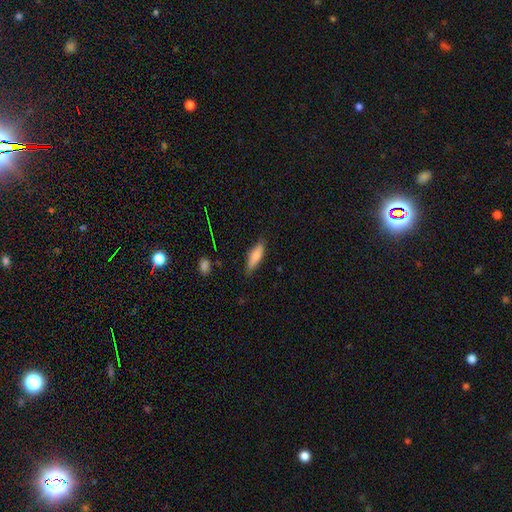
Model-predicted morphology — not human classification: This appears to be a smooth galaxy with no disk features (80%) that is cigar-shaped (53%). Merging: none (79%).